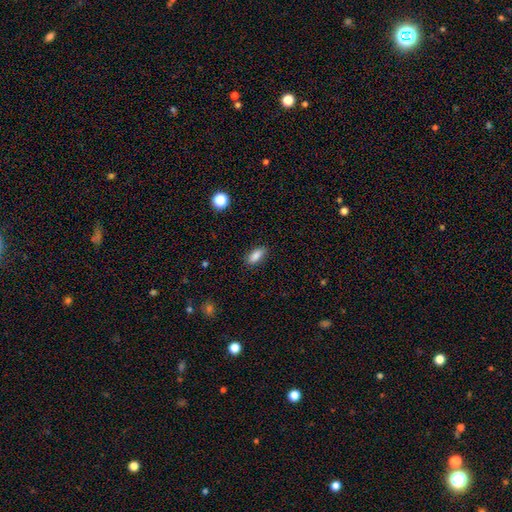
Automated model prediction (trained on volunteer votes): Morphology: type=smooth (86%); roundness=in between (85%); merging=none (86%).